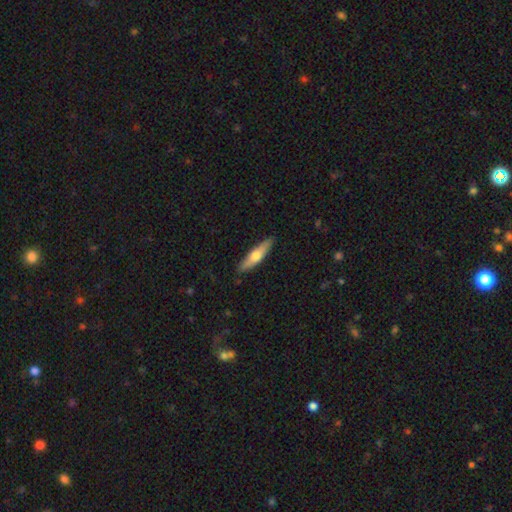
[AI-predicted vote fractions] This appears to be a smooth galaxy with no disk features (57%) that is cigar-shaped (75%). Merging: none (88%).